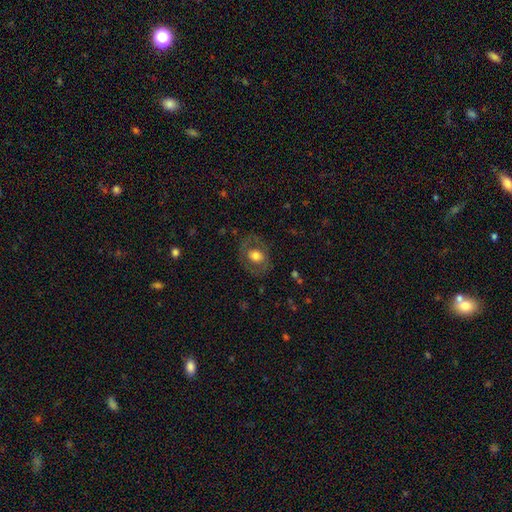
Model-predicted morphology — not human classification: A smooth galaxy with no disk features (54%) that is round (50%). Merging: none (75%).